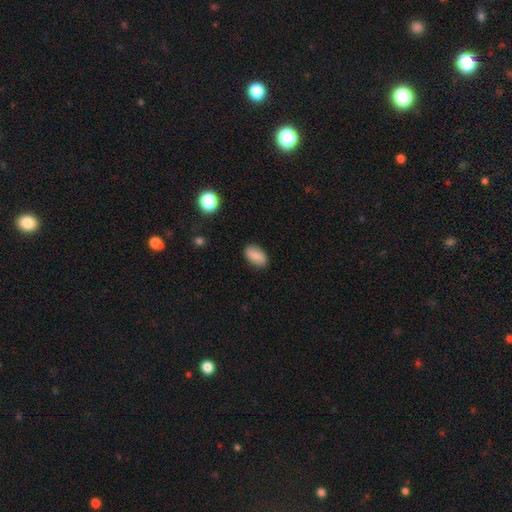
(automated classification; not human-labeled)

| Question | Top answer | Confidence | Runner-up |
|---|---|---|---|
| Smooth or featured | smooth | 83% | featured or disk (9%) |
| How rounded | in between | 93% | round (5%) |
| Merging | none | 86% | minor disturbance (11%) |